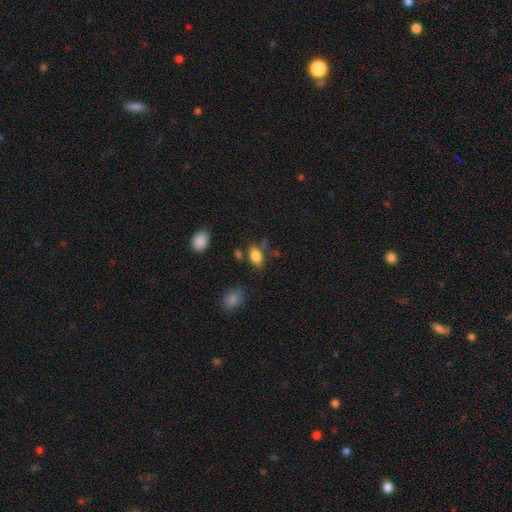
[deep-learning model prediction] The model was most divided on "merging": none: 68%, minor disturbance: 18%, merger: 8%, major disturbance: 6%. More confident: how rounded — in between (89%); smooth or featured — smooth (84%).